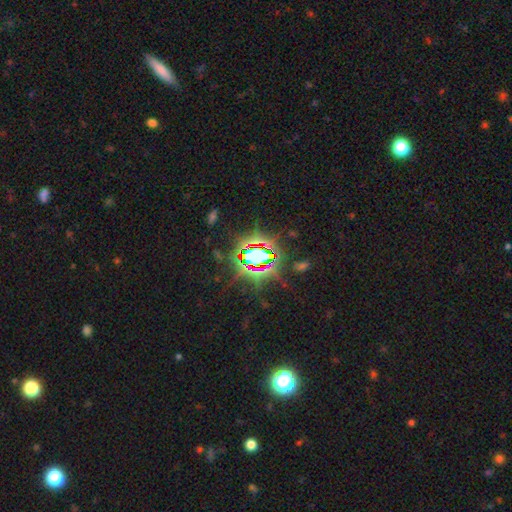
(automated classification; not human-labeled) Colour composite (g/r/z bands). It shows a star or artifact, not a galaxy (78%).